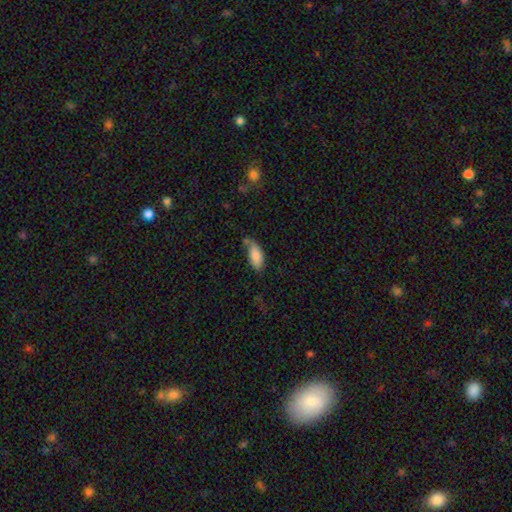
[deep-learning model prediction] Smooth or featured? Predicted: smooth (p=0.83). How rounded? Predicted: in between (p=0.88). Merging? Predicted: none (p=0.48).